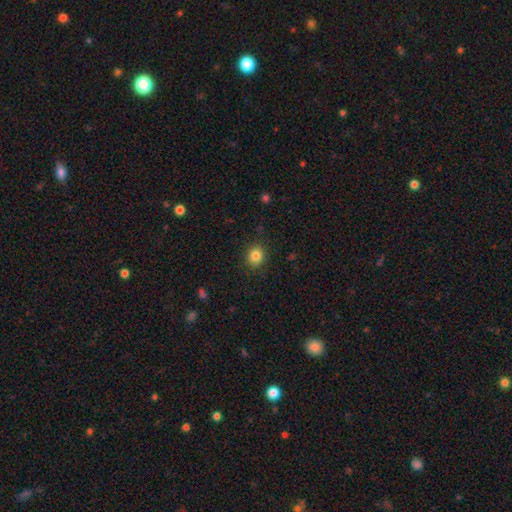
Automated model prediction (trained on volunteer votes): A smooth galaxy with no disk features (84%) that is round (79%). Merging: none (89%).